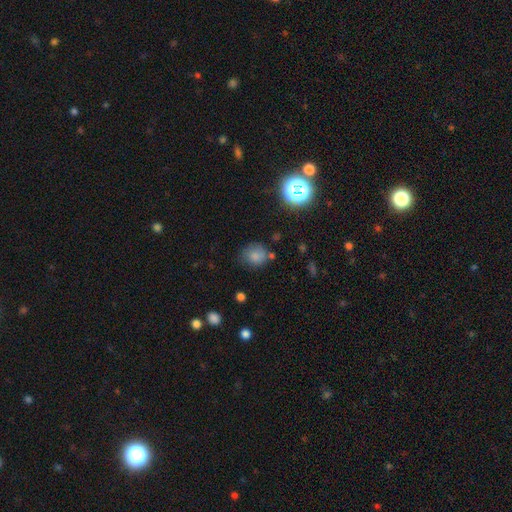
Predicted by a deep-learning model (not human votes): Morphology: type=smooth (75%); roundness=round (76%); merging=none (64%).